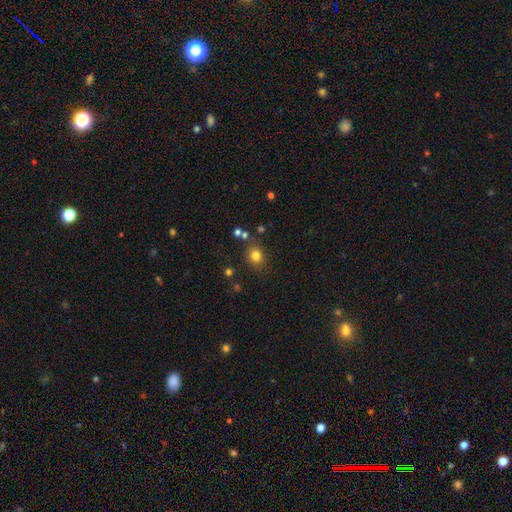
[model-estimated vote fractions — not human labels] Morphology: type=smooth (79%); roundness=round (72%); merging=none (80%).